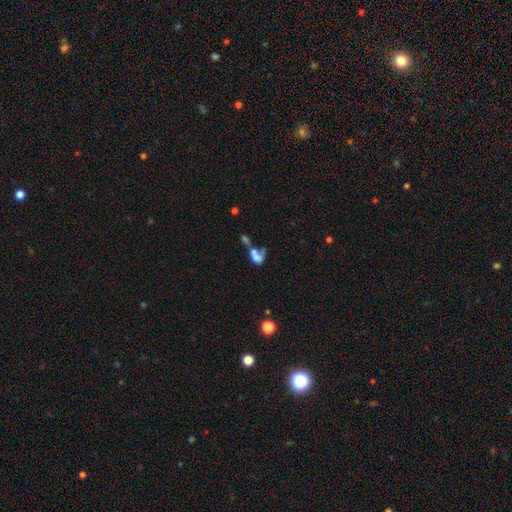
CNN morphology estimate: Overall: smooth (56%; featured or disk 30%). How rounded: in between (75%). Merging: merger (60%).